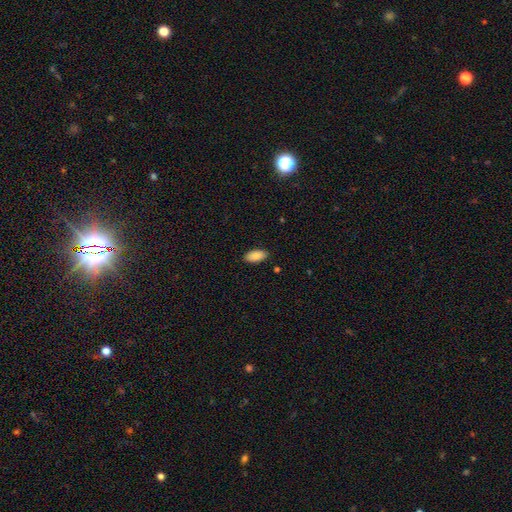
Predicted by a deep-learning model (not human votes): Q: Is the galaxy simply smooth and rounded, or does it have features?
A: smooth — 88%.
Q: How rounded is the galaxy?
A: in between — 94%.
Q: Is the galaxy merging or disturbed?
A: none — 88%.